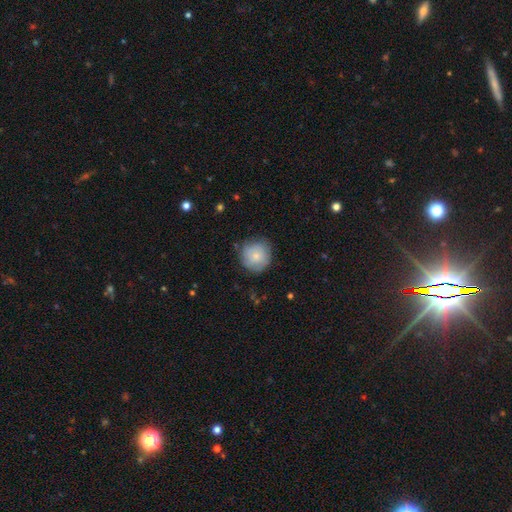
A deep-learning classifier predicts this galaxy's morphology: This is likely a smooth galaxy (76%). How rounded: clearly round (92%). Merging: likely none (76%).